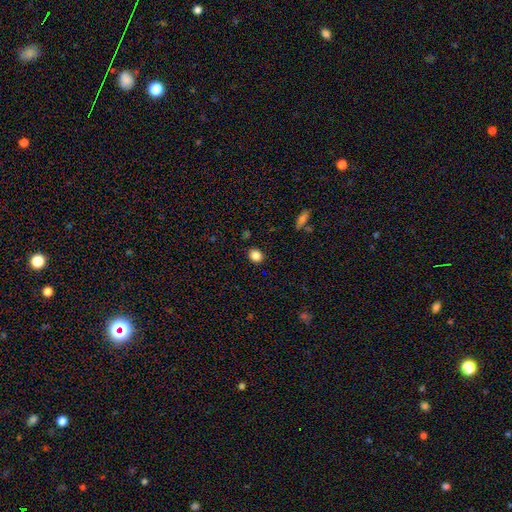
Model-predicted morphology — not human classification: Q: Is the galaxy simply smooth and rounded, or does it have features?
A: smooth — 85%.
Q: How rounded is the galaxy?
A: round — 70%.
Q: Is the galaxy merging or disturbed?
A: none — 89%.